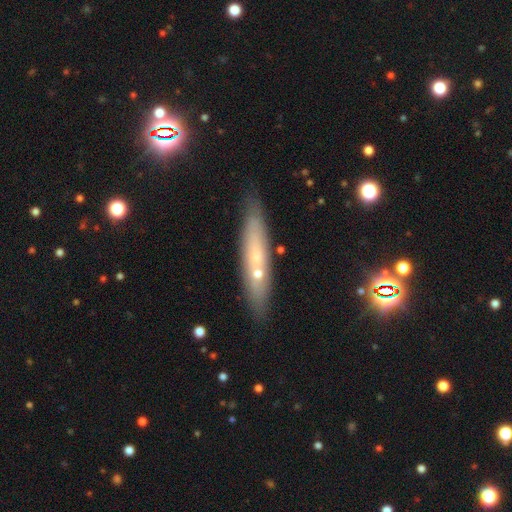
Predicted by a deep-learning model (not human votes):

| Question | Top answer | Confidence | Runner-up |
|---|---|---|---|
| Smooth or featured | smooth | 48% | featured or disk (42%) |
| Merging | none | 77% | minor disturbance (13%) |